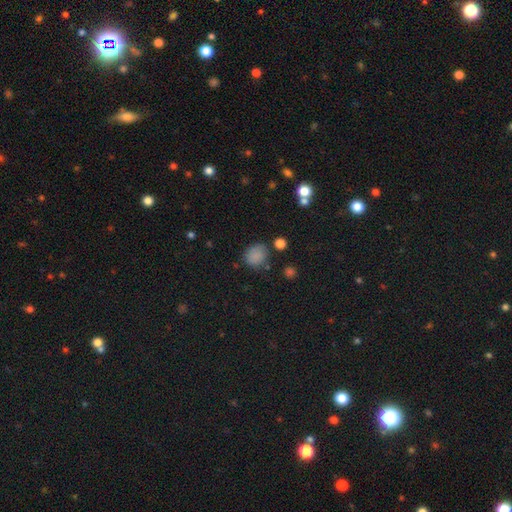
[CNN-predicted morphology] This is clearly a smooth galaxy (82%). How rounded: likely round (73%). Merging: likely none (72%).